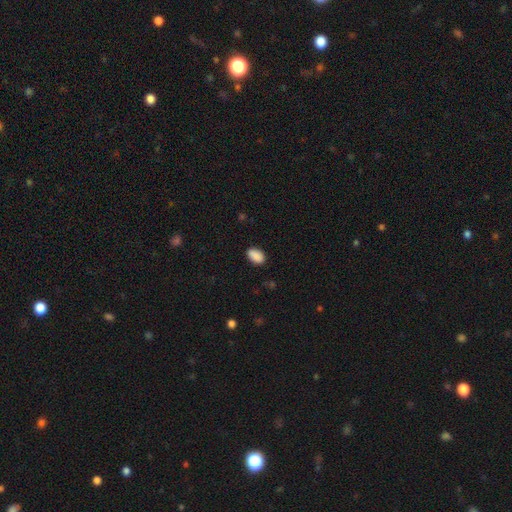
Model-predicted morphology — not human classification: smooth-or-featured: smooth: 90% | star or artifact: 7% | featured or disk: 3%
  how-rounded: in between: 90% | round: 9% | cigar-shaped: 1%
  merging: none: 84% | minor disturbance: 12% | major disturbance: 2% | merger: 1%